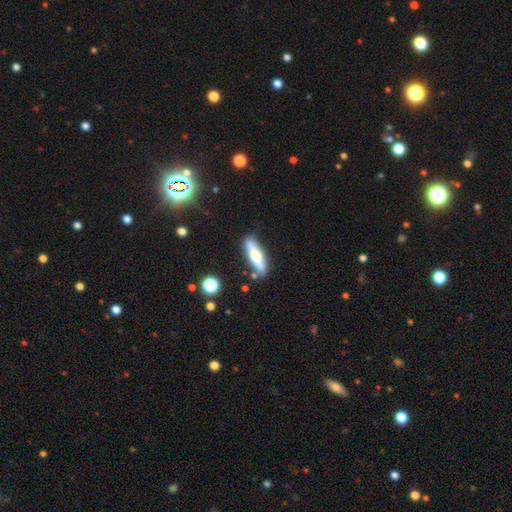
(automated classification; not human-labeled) A smooth galaxy with no disk features (56%) that is cigar-shaped (62%).

Vote fractions:
- Smooth or featured? smooth: 56% / featured or disk: 38% / star or artifact: 6%
- How rounded? cigar-shaped: 62% / in between: 36% / round: 2%
- Merging? none: 80% / minor disturbance: 13% / merger: 4% / major disturbance: 3%